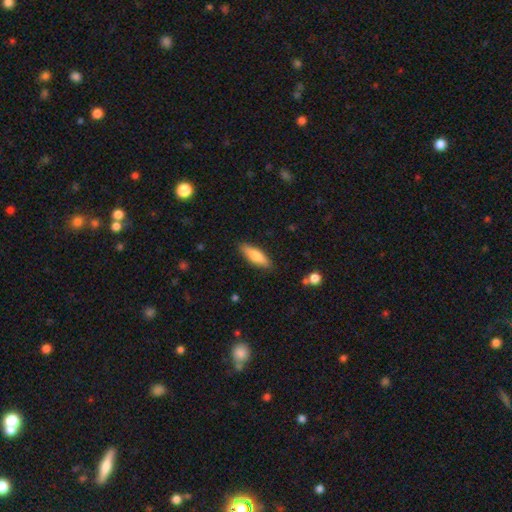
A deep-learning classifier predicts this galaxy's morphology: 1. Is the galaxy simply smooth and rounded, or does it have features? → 74% smooth, 20% featured or disk, 6% star or artifact.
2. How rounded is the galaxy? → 51% cigar-shaped, 48% in between, 2% round.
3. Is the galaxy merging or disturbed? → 86% none, 10% minor disturbance, 2% major disturbance, 1% merger.